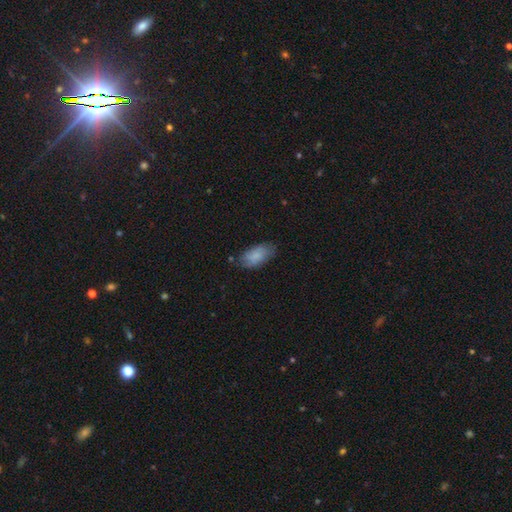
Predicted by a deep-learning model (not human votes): The model was most divided on "merging": none: 71%, minor disturbance: 22%, major disturbance: 5%, merger: 2%. More confident: how rounded — in between (93%); smooth or featured — smooth (80%).